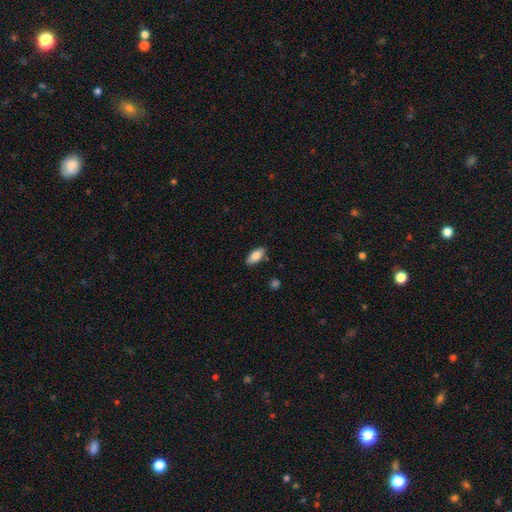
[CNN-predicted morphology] A smooth galaxy with no disk features (82%) that is in between round and cigar-shaped (87%). Merging: none (86%).